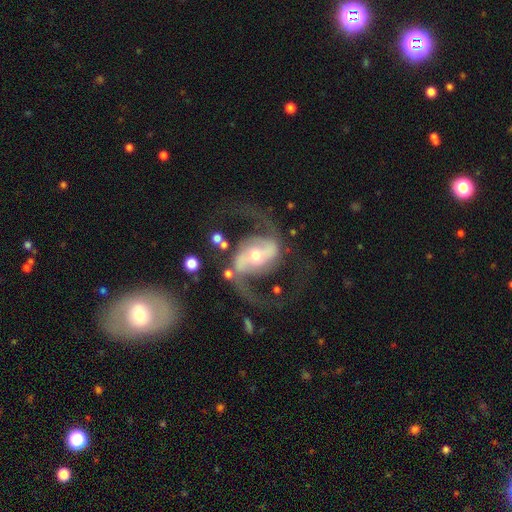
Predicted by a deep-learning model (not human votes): This is clearly a featured or disk galaxy (91%). It is clearly not viewed edge-on (97%). Bar: possibly strong (48%). Spiral arm pattern: clearly yes (97%). Spiral arm count: clearly 2 (94%). Spiral winding: possibly medium (47%). Central bulge: possibly moderate (59%). Merging: likely none (72%).